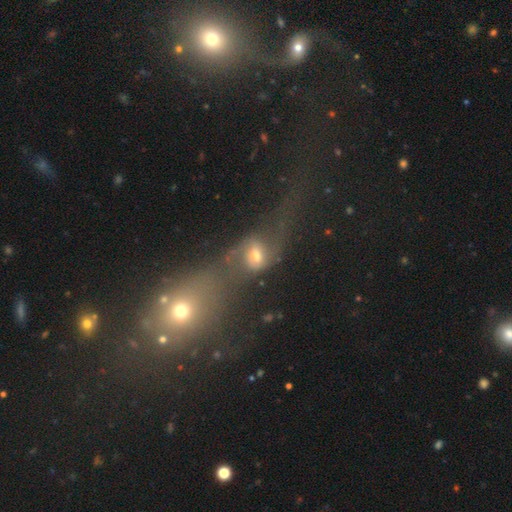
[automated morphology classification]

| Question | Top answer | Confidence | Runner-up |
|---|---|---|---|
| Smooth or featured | featured or disk | 55% | smooth (31%) |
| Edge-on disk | no | 90% | yes (10%) |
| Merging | merger | 46% | none (23%) |